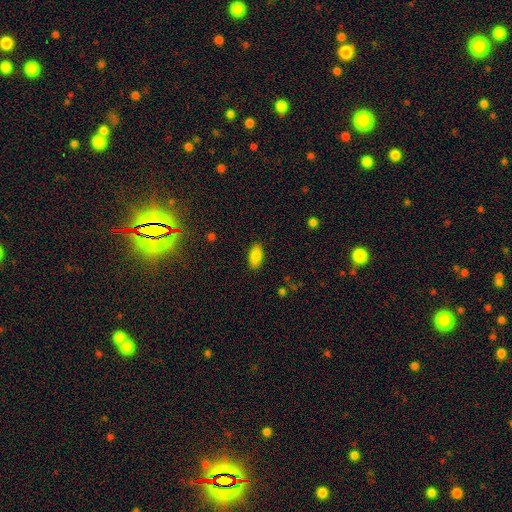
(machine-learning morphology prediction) smooth_or_featured: smooth (p=0.86) [alt: star or artifact p=0.08]
how_rounded: in between (p=0.91) [alt: cigar-shaped p=0.06]
merging: none (p=0.88) [alt: minor disturbance p=0.09]